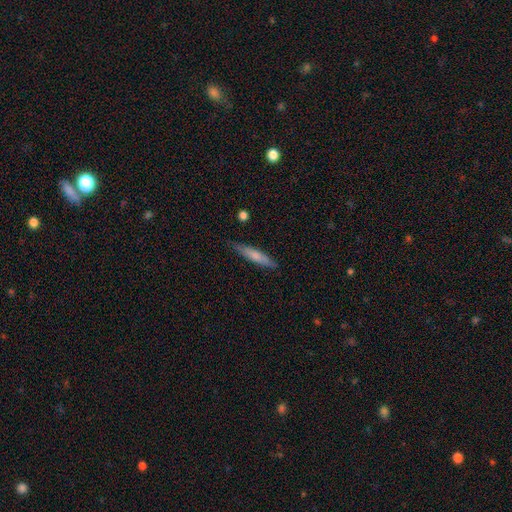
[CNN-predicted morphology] A smooth galaxy with no disk features (67%) that is cigar-shaped (89%). Merging: none (84%).